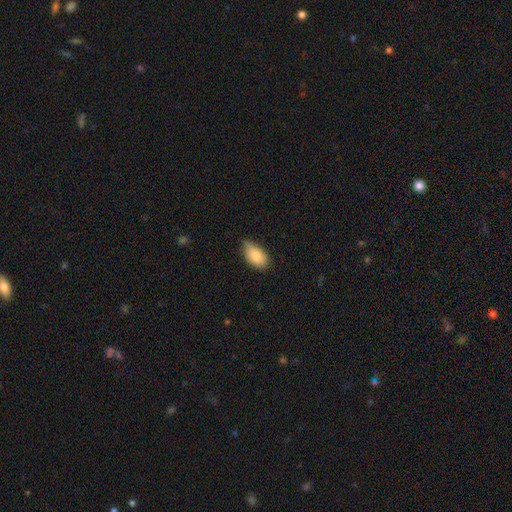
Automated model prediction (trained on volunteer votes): The model was most divided on "merging": none: 54%, minor disturbance: 39%, major disturbance: 6%, merger: 1%. More confident: how rounded — in between (92%); smooth or featured — smooth (85%).